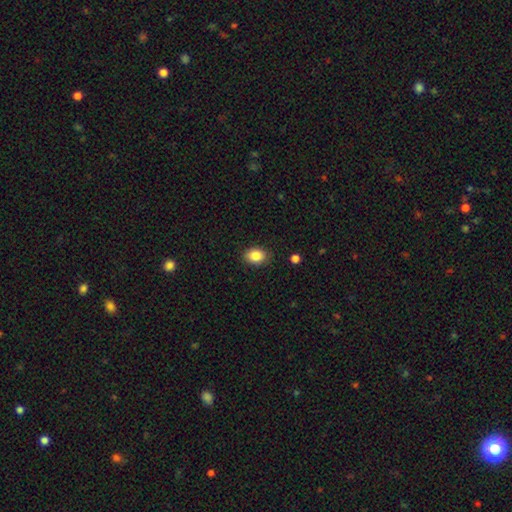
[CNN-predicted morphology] Q: Smooth or featured?
A: smooth (87%); runner-up: star or artifact (8%)
Q: How rounded?
A: in between (72%); runner-up: round (27%)
Q: Merging?
A: none (86%); runner-up: minor disturbance (10%)